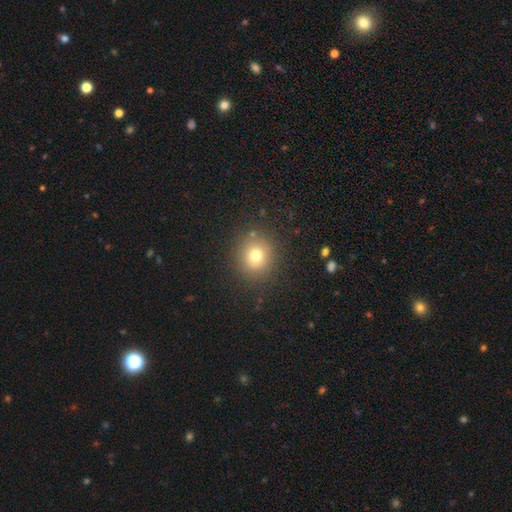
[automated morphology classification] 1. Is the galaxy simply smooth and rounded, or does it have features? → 72% smooth, 16% star or artifact, 12% featured or disk.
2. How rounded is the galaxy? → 87% round, 12% in between, 1% cigar-shaped.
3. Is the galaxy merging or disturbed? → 85% none, 9% minor disturbance, 4% major disturbance, 2% merger.